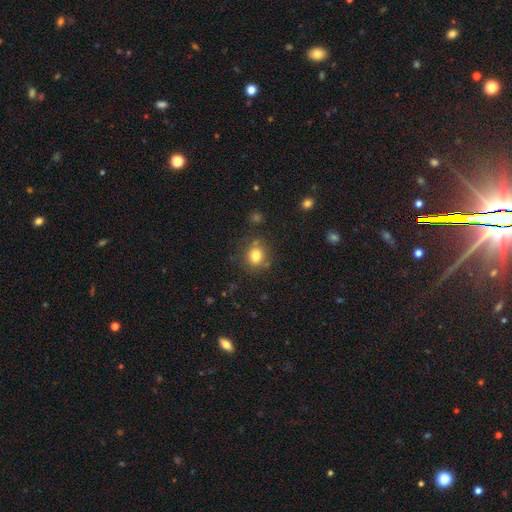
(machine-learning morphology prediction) A smooth galaxy with no disk features (79%) that is round (77%).

Vote fractions:
- Smooth or featured? smooth: 79% / star or artifact: 12% / featured or disk: 9%
- How rounded? round: 77% / in between: 22% / cigar-shaped: 1%
- Merging? none: 77% / minor disturbance: 13% / merger: 5% / major disturbance: 4%